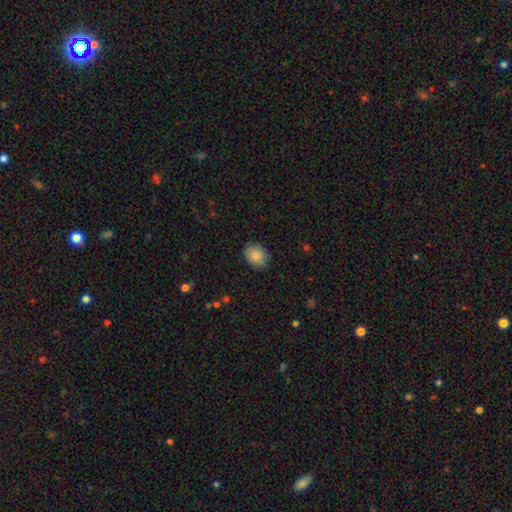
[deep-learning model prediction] Smooth or featured: smooth — 86% (star or artifact — 7%)
How rounded: in between — 61% (round — 38%)
Merging: none — 84% (minor disturbance — 13%)